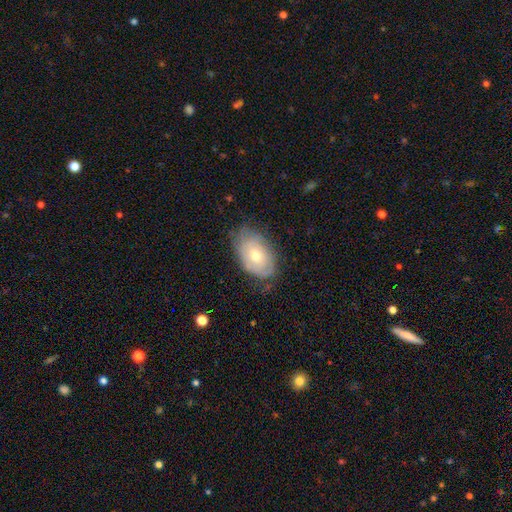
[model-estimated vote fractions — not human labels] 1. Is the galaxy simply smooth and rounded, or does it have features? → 49% smooth, 43% featured or disk, 7% star or artifact.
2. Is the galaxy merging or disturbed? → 67% none, 26% minor disturbance, 6% major disturbance, 1% merger.